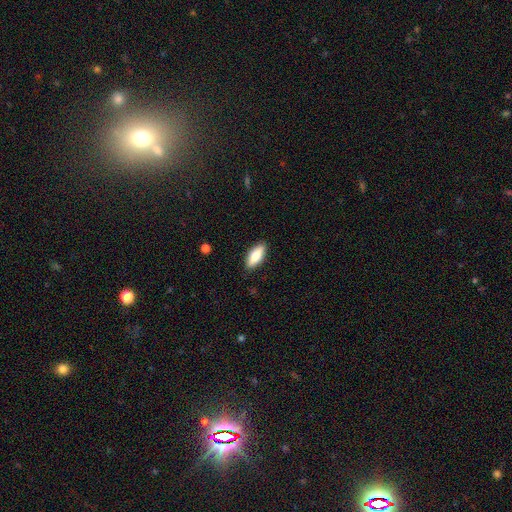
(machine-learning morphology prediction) Smooth or featured: smooth — 78% (featured or disk — 16%)
How rounded: in between — 79% (cigar-shaped — 19%)
Merging: none — 88% (minor disturbance — 9%)